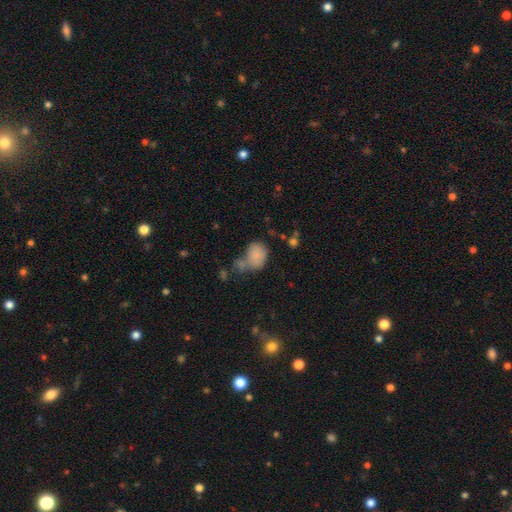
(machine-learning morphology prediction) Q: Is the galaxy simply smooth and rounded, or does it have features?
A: smooth — 83%.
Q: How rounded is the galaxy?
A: in between — 60%.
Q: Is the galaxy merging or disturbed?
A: none — 42%.